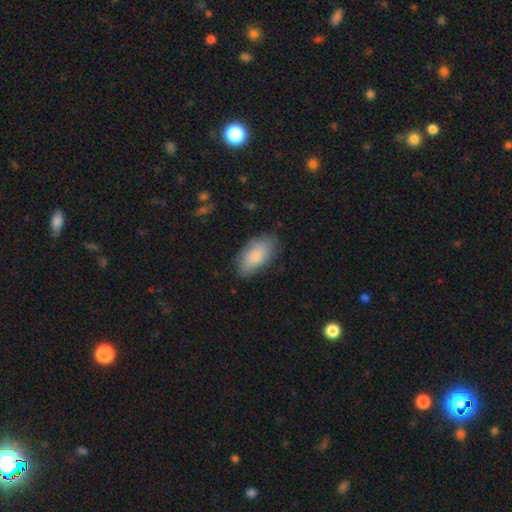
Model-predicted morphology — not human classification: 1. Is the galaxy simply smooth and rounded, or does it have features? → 84% smooth, 10% featured or disk, 6% star or artifact.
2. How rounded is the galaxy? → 92% in between, 5% cigar-shaped, 2% round.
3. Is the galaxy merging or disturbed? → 81% none, 15% minor disturbance, 3% major disturbance, 1% merger.